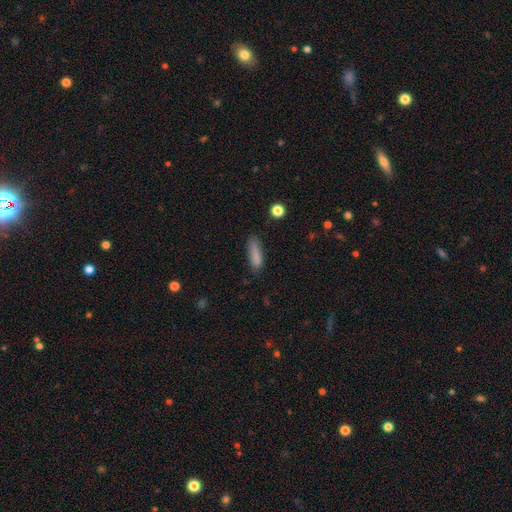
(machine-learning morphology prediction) type=smooth (84%); roundness=cigar-shaped (62%); merging=none (72%).